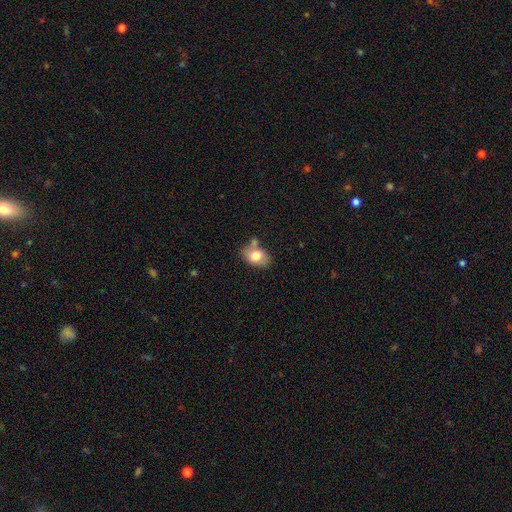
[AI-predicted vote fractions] Smooth or featured? smooth (77%)
How rounded? in between (80%)
Merging? none (53%)